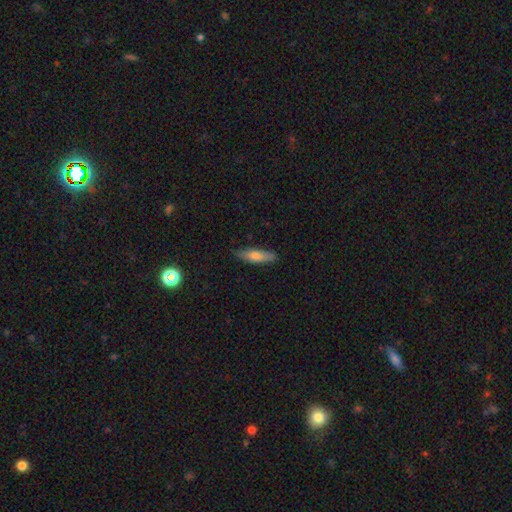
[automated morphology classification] Overall: smooth (65%; featured or disk 28%). How rounded: cigar-shaped (70%). Merging: none (85%).